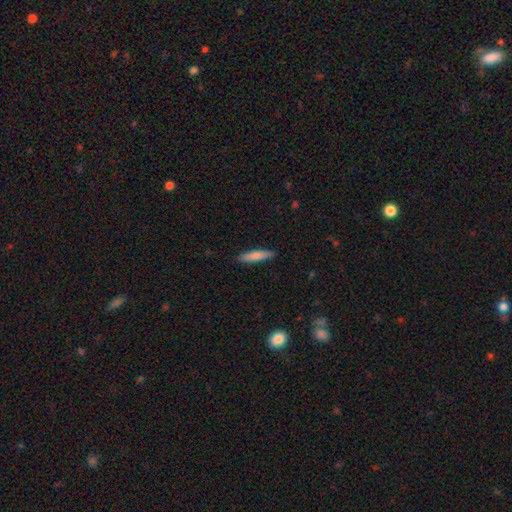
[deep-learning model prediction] Smooth or featured? Predicted: smooth (p=0.79). How rounded? Predicted: cigar-shaped (p=0.86). Merging? Predicted: none (p=0.90).